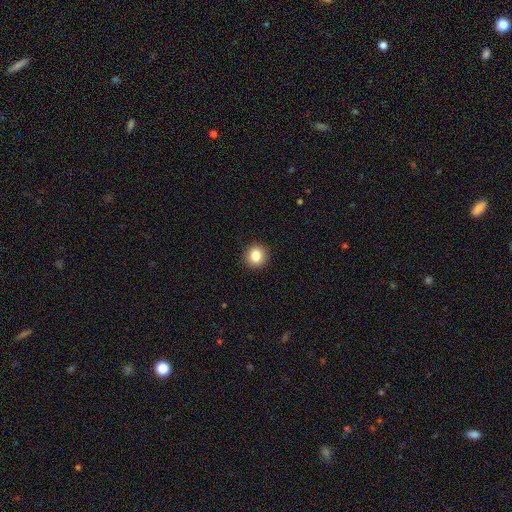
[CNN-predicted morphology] smooth 85%, star or artifact 10%, featured or disk 5%. Down the decision tree: how rounded — round (92%); merging — none (92%).